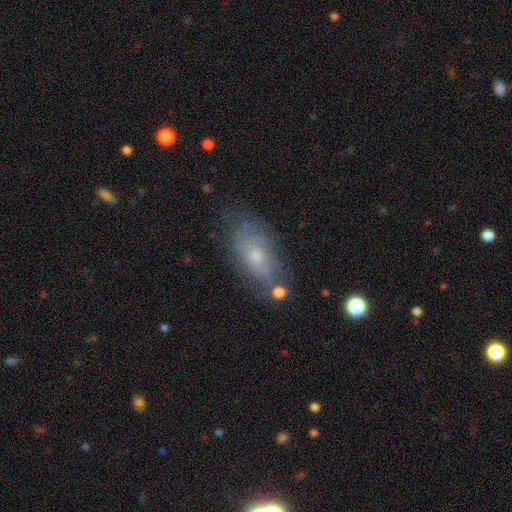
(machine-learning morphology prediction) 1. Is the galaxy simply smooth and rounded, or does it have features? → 49% smooth, 40% featured or disk, 11% star or artifact.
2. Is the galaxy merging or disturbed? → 61% none, 24% minor disturbance, 9% major disturbance, 6% merger.